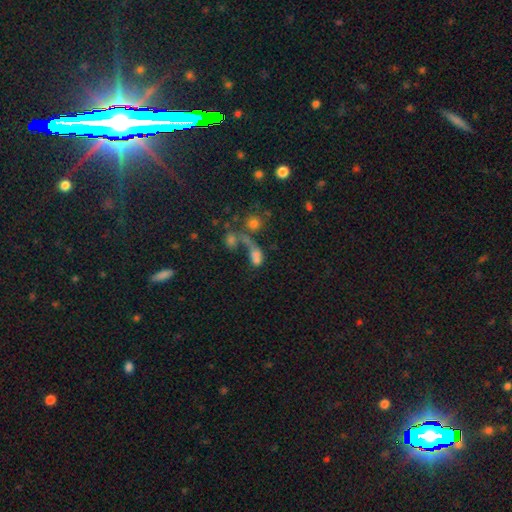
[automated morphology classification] A smooth galaxy with no disk features (54%) that is in between round and cigar-shaped (60%). Merging: merger (46%).